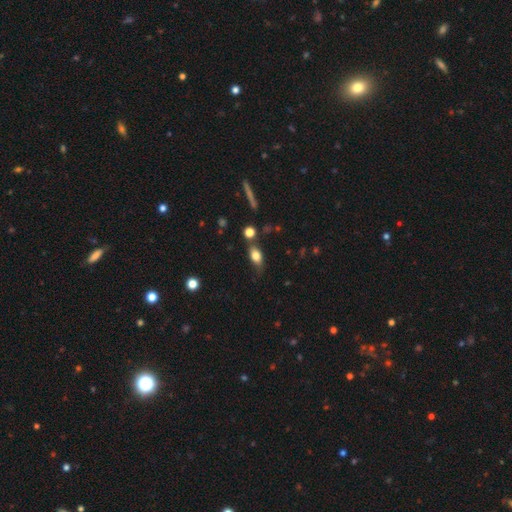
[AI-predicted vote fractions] Smooth or featured? smooth (77%)
How rounded? in between (78%)
Merging? none (63%)